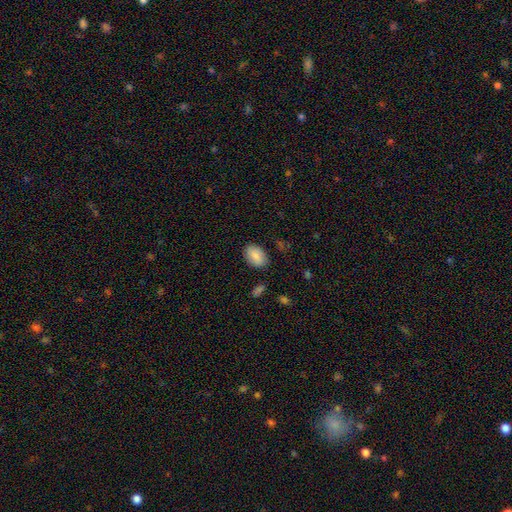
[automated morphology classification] smooth-or-featured: smooth: 85% | featured or disk: 8% | star or artifact: 7%
  how-rounded: in between: 87% | round: 11% | cigar-shaped: 1%
  merging: none: 82% | minor disturbance: 13% | major disturbance: 3% | merger: 2%